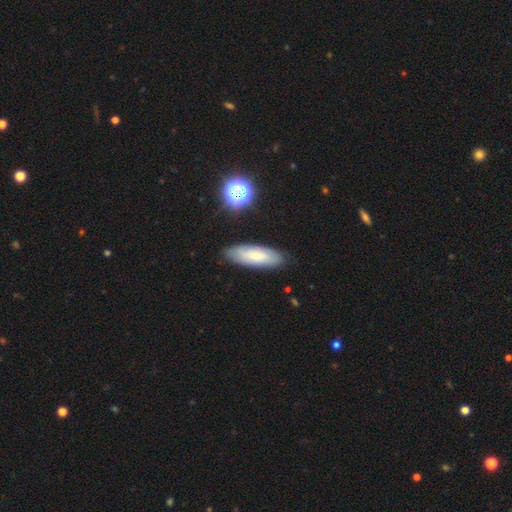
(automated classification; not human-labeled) smooth 62%, featured or disk 31%, star or artifact 8%. Down the decision tree: how rounded — in between (59%); merging — none (84%).